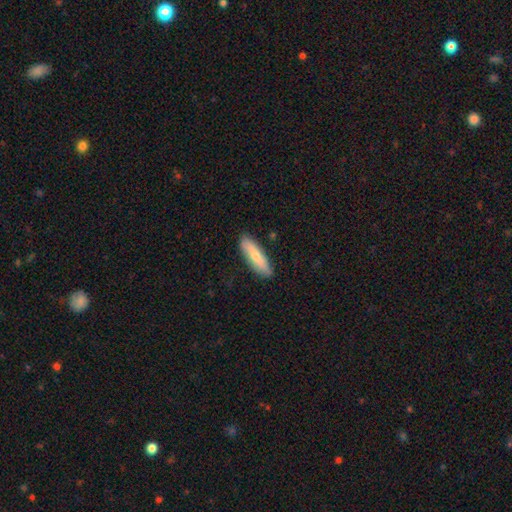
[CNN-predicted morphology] smooth 71%, featured or disk 24%, star or artifact 5%. Down the decision tree: how rounded — cigar-shaped (65%); merging — none (86%).